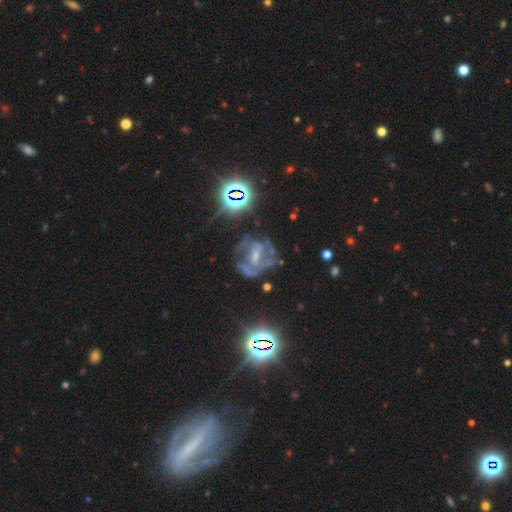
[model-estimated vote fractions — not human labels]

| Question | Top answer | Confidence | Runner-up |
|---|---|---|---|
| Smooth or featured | featured or disk | 68% | star or artifact (23%) |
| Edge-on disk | no | 96% | yes (4%) |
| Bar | weak | 42% | strong (36%) |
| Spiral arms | yes | 81% | no (19%) |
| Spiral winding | medium | 49% | tight (31%) |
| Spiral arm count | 2 | 47% | can't tell (27%) |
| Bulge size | small | 49% | moderate (29%) |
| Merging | none | 58% | major disturbance (20%) |